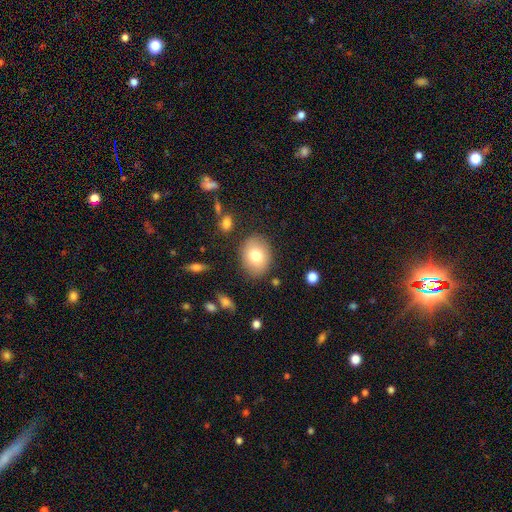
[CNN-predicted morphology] Overall: smooth (77%). How rounded: in between (55%; round 44%). Merging: none (84%).